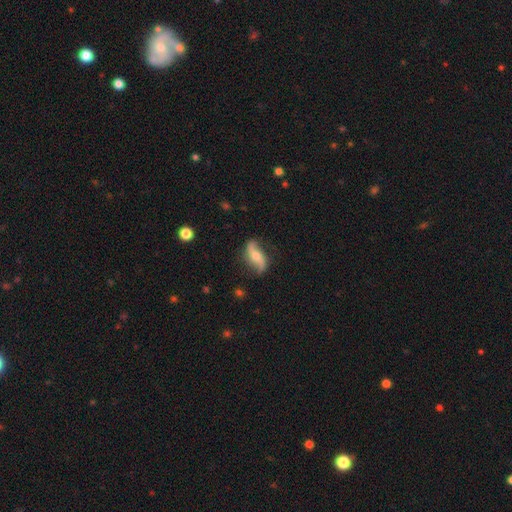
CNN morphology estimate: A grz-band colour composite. It shows a featured or disk galaxy (78%) with no bar (49%), 2 (93%) loose (87%) spiral arms (93%) and a moderate central bulge (55%). Merging: none (77%).